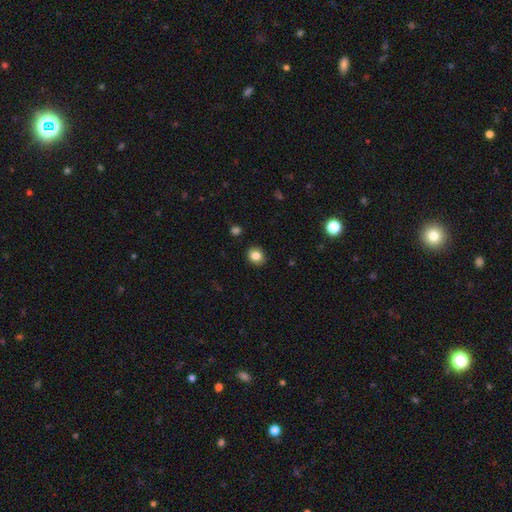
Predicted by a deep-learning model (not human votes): smooth 83%, star or artifact 11%, featured or disk 6%. Down the decision tree: how rounded — round (71%); merging — none (91%).